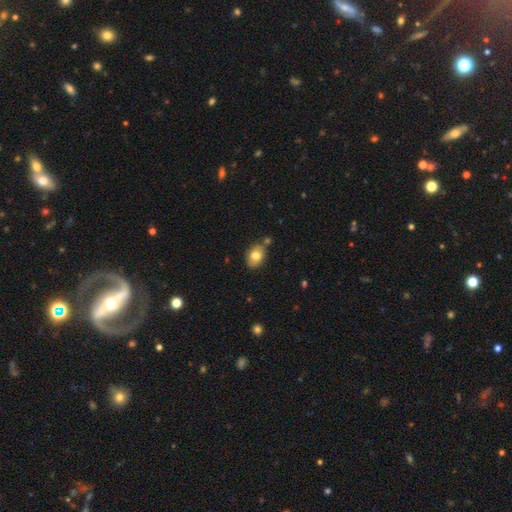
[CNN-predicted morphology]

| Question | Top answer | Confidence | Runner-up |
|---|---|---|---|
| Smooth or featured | smooth | 76% | featured or disk (16%) |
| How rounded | in between | 82% | round (16%) |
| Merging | none | 70% | minor disturbance (17%) |